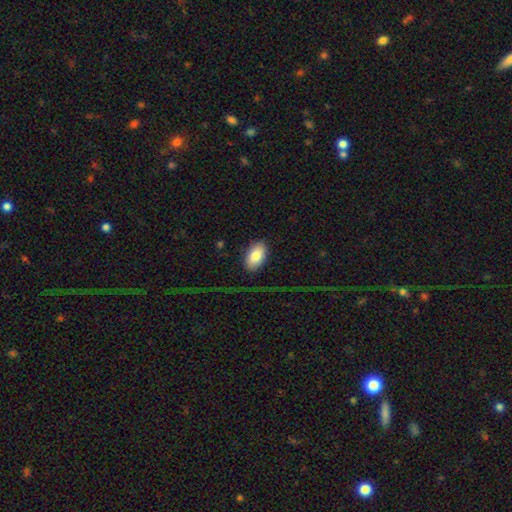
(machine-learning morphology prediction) Q: Smooth or featured?
A: smooth (83%); runner-up: featured or disk (10%)
Q: How rounded?
A: in between (94%); runner-up: round (5%)
Q: Merging?
A: none (78%); runner-up: minor disturbance (11%)